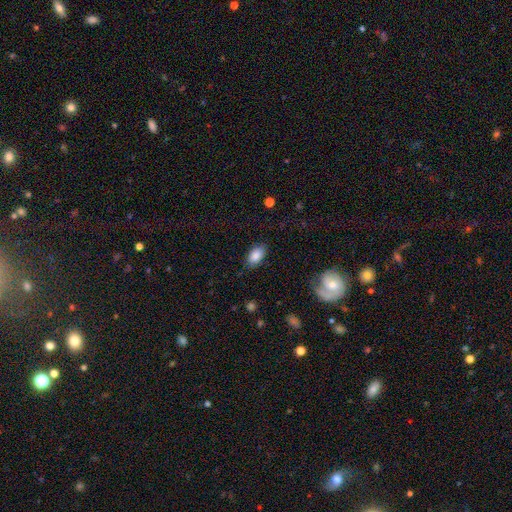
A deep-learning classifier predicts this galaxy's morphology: smooth 86%, star or artifact 7%, featured or disk 7%. Down the decision tree: how rounded — in between (92%); merging — none (82%).